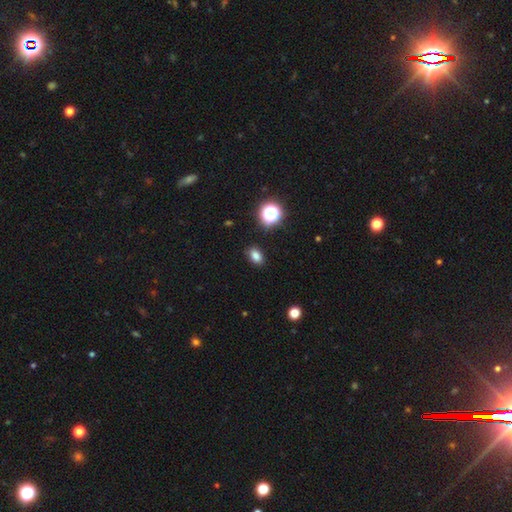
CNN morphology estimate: Smooth or featured: smooth — 80% (star or artifact — 15%)
How rounded: in between — 80% (round — 18%)
Merging: none — 87% (minor disturbance — 9%)